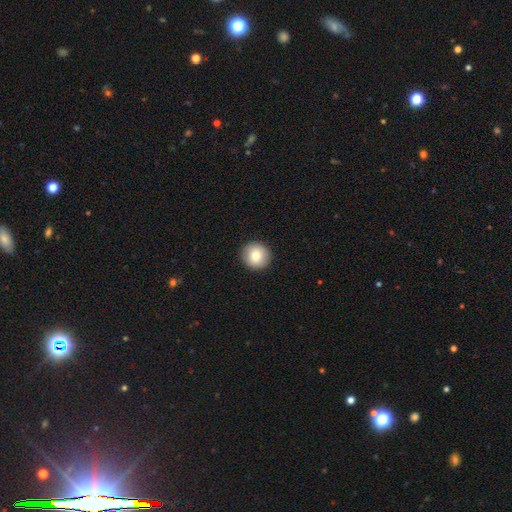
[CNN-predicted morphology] Smooth or featured? smooth (80%)
How rounded? round (94%)
Merging? none (92%)